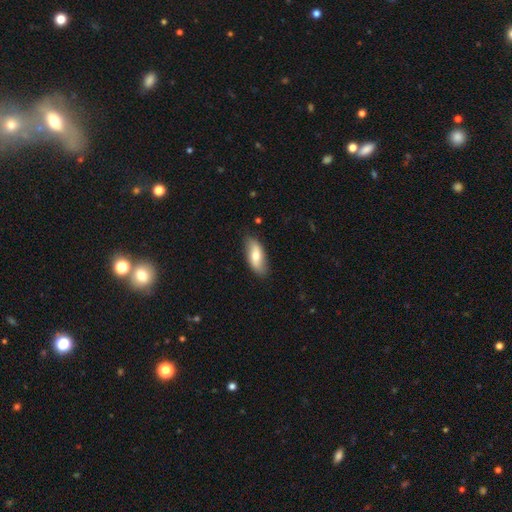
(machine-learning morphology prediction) Q: Smooth or featured?
A: smooth (62%); runner-up: featured or disk (33%)
Q: How rounded?
A: in between (81%); runner-up: cigar-shaped (16%)
Q: Merging?
A: none (82%); runner-up: minor disturbance (14%)